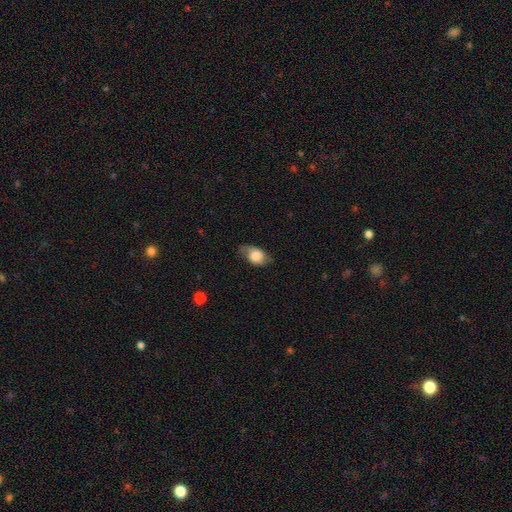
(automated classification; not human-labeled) smooth 70%, featured or disk 22%, star or artifact 8%. Down the decision tree: how rounded — in between (78%); merging — none (50%).